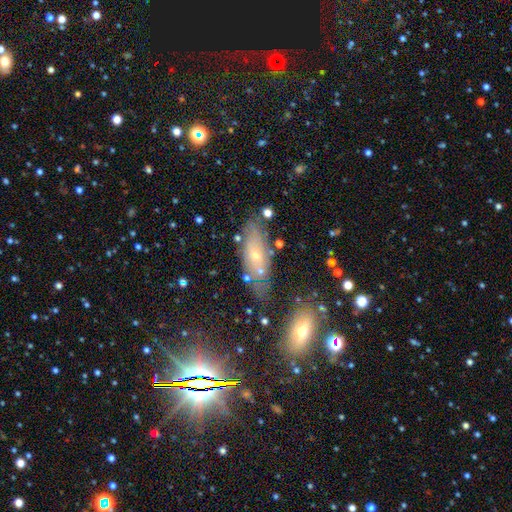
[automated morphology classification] Smooth or featured? smooth (43%, tied with featured or disk)
Merging? none (69%)